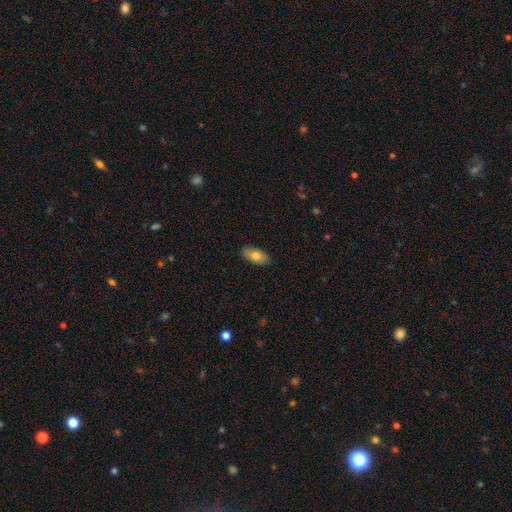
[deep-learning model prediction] smooth_or_featured: smooth (p=0.77) [alt: featured or disk p=0.17]
how_rounded: in between (p=0.92) [alt: cigar-shaped p=0.05]
merging: none (p=0.89) [alt: minor disturbance p=0.09]